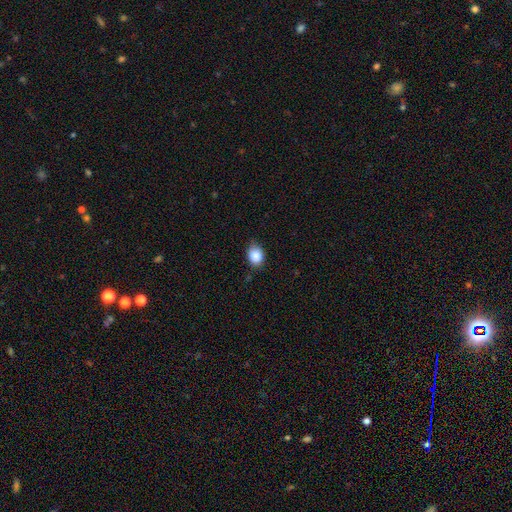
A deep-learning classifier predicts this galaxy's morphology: Smooth or featured: smooth — 86% (star or artifact — 9%)
How rounded: in between — 57% (round — 42%)
Merging: none — 71% (minor disturbance — 24%)